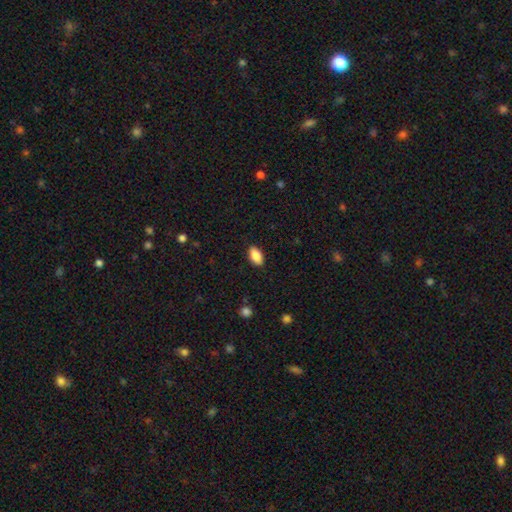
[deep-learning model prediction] This appears to be a smooth galaxy with no disk features (87%) that is in between round and cigar-shaped (93%). Merging: none (88%).